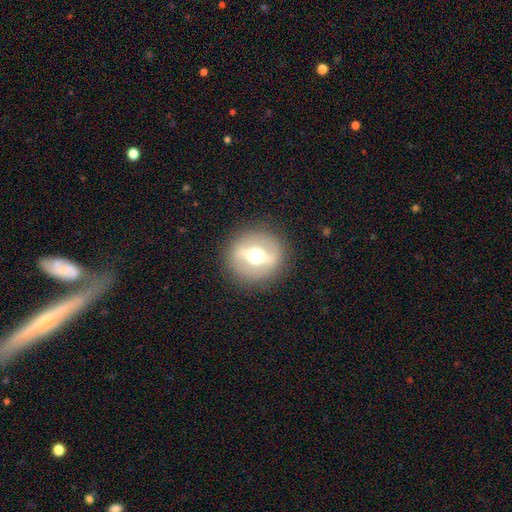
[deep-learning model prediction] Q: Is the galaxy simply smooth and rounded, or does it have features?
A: featured or disk — 66%.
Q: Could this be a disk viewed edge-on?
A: no — 75%.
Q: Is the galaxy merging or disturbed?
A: none — 87%.